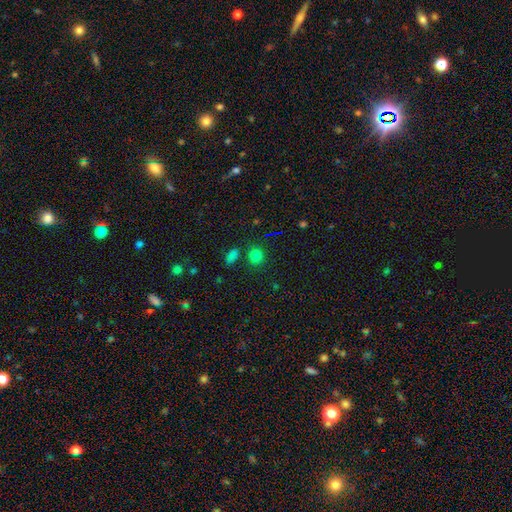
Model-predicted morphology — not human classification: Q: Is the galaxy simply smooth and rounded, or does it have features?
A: smooth — 76%.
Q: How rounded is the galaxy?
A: round — 81%.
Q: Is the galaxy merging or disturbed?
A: none — 79%.